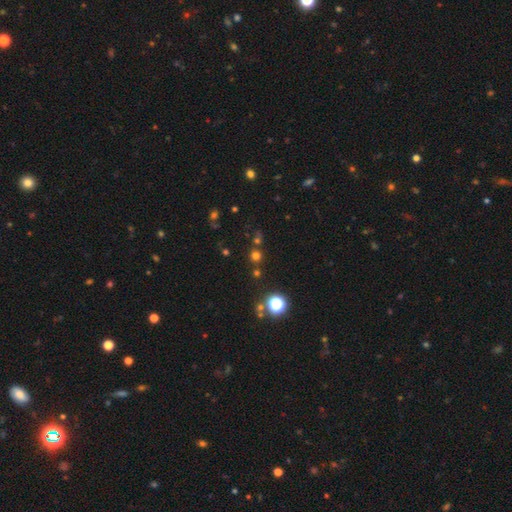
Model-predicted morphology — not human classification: smooth-or-featured: smooth: 58% | star or artifact: 35% | featured or disk: 7%
  how-rounded: round: 93% | in between: 6% | cigar-shaped: 1%
  merging: none: 79% | merger: 12% | minor disturbance: 7% | major disturbance: 3%